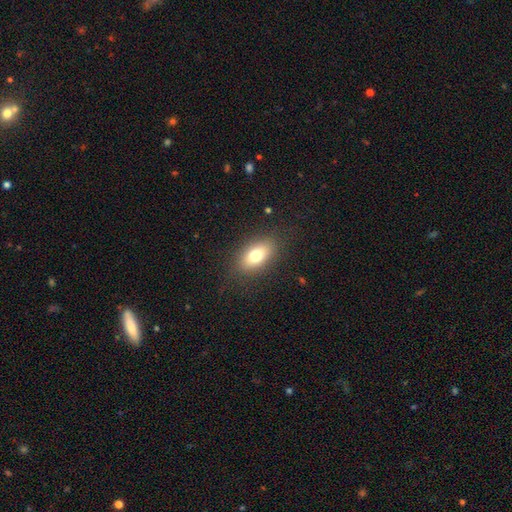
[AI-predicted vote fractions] Q: Smooth or featured?
A: smooth (75%); runner-up: featured or disk (16%)
Q: How rounded?
A: in between (87%); runner-up: round (8%)
Q: Merging?
A: none (85%); runner-up: minor disturbance (10%)